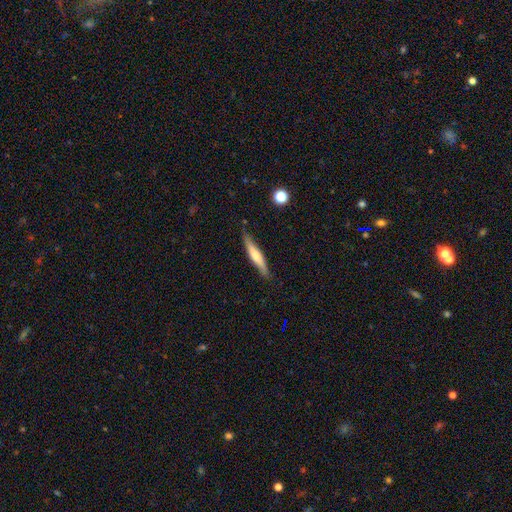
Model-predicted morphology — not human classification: This is possibly a smooth galaxy (50%). Merging: clearly none (84%).